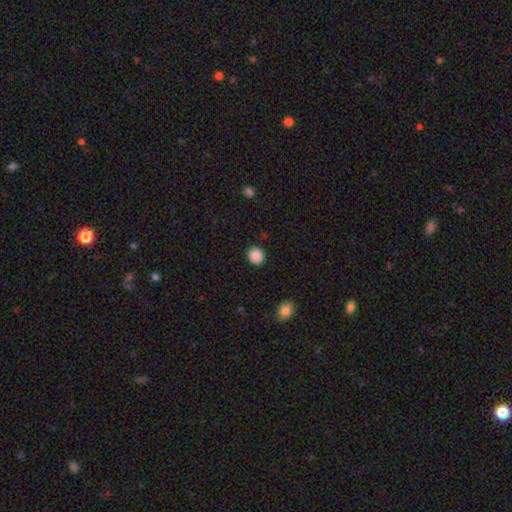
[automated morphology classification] smooth 88%, star or artifact 9%, featured or disk 4%. Down the decision tree: how rounded — round (85%); merging — none (91%).